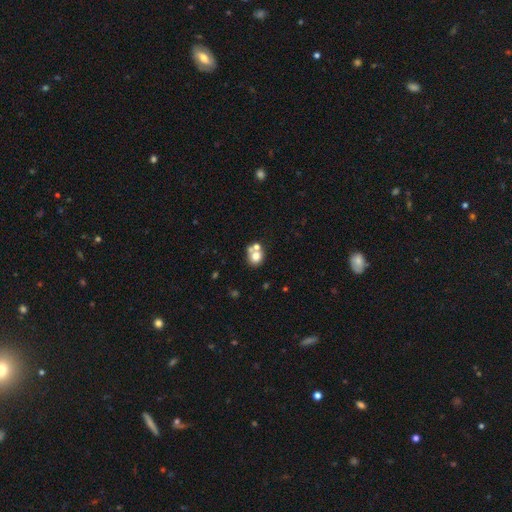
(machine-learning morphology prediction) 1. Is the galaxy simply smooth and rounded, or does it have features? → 70% smooth, 17% featured or disk, 13% star or artifact.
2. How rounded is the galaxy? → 70% round, 29% in between, 1% cigar-shaped.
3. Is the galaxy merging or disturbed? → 44% merger, 43% none, 9% minor disturbance, 4% major disturbance.